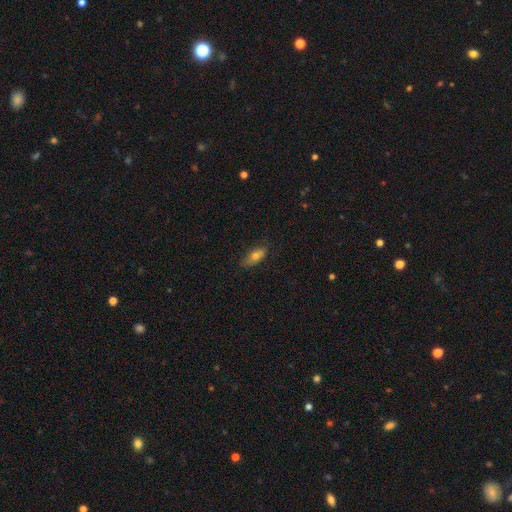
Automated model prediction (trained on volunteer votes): The model was most divided on "smooth or featured": smooth: 70%, featured or disk: 22%, star or artifact: 8%. More confident: how rounded — in between (77%); merging — none (77%).